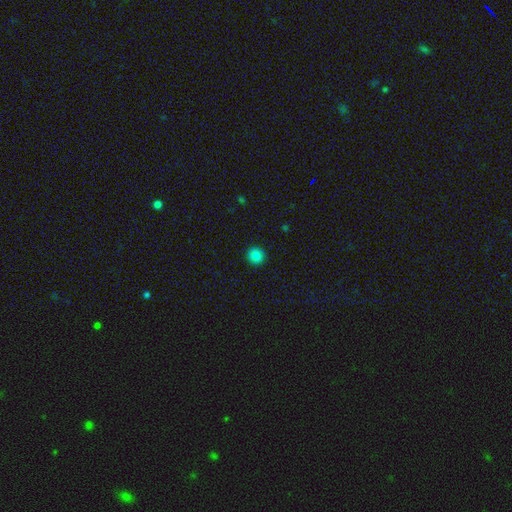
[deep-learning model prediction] Q: Smooth or featured?
A: smooth (85%); runner-up: star or artifact (11%)
Q: How rounded?
A: round (95%); runner-up: in between (4%)
Q: Merging?
A: none (93%); runner-up: minor disturbance (4%)